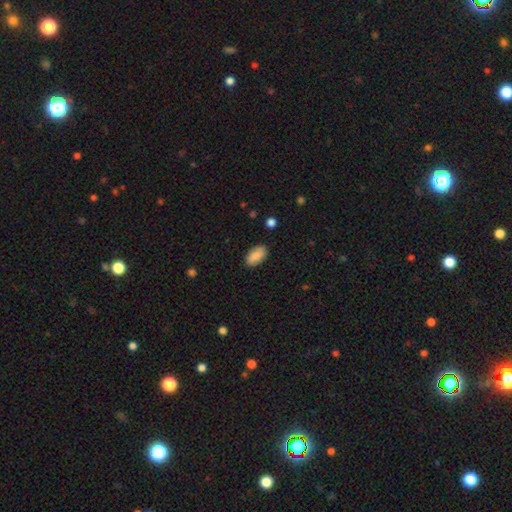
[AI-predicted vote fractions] Q: Smooth or featured?
A: smooth (87%); runner-up: star or artifact (7%)
Q: How rounded?
A: in between (93%); runner-up: cigar-shaped (4%)
Q: Merging?
A: none (86%); runner-up: minor disturbance (11%)